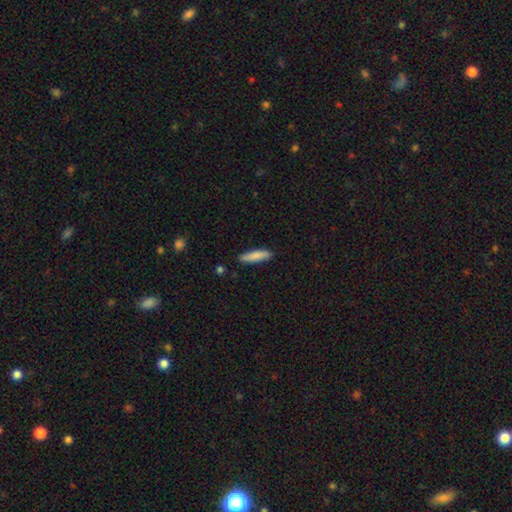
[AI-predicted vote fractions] This is clearly a smooth galaxy (84%). How rounded: likely cigar-shaped (75%). Merging: clearly none (87%).